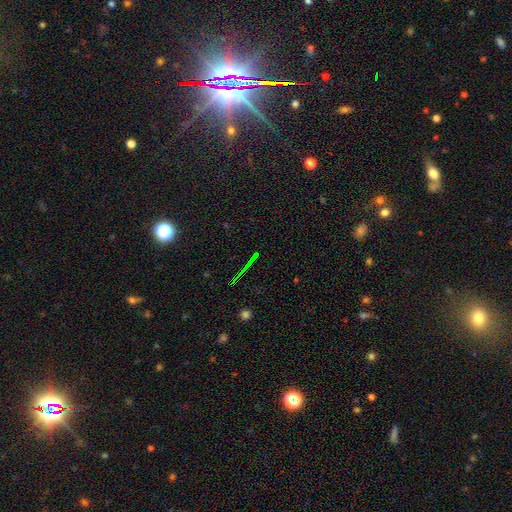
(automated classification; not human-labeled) Q: Smooth or featured?
A: star or artifact (69%); runner-up: featured or disk (16%)